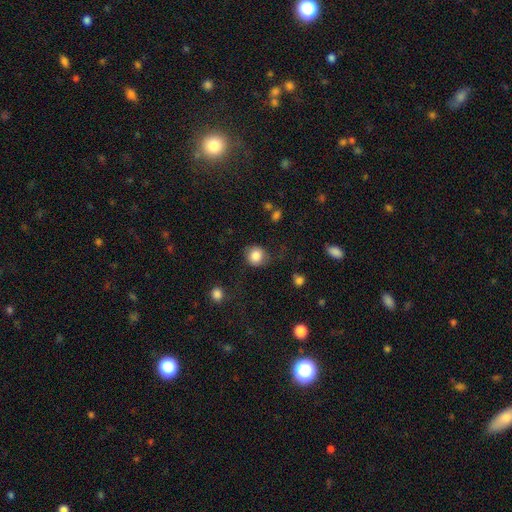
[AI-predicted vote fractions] smooth 84%, star or artifact 9%, featured or disk 8%. Down the decision tree: how rounded — round (86%); merging — none (69%).